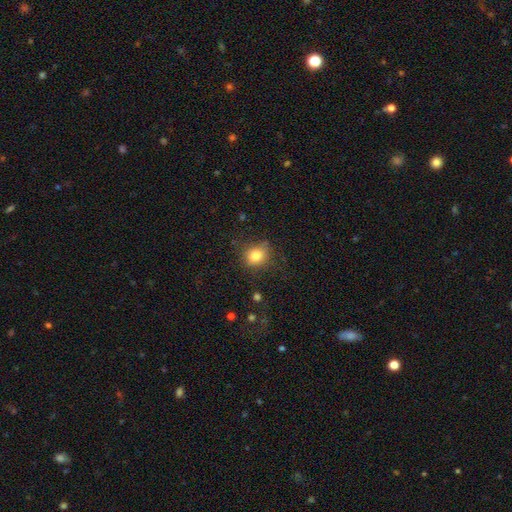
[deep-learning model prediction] Smooth or featured: smooth — 82% (star or artifact — 11%)
How rounded: round — 69% (in between — 30%)
Merging: none — 76% (minor disturbance — 17%)